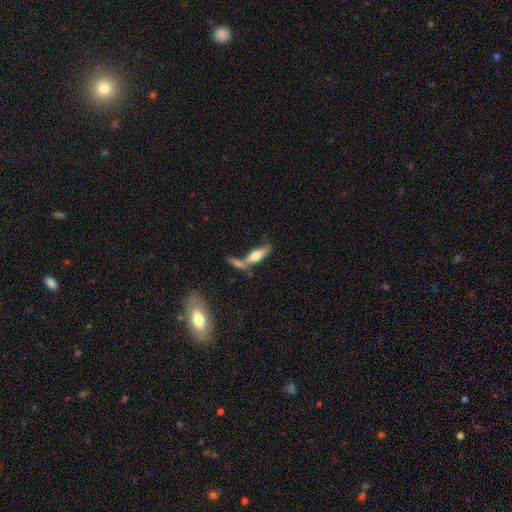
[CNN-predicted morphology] This is possibly a smooth galaxy (52%). How rounded: possibly cigar-shaped (55%). Merging: possibly none (49%).